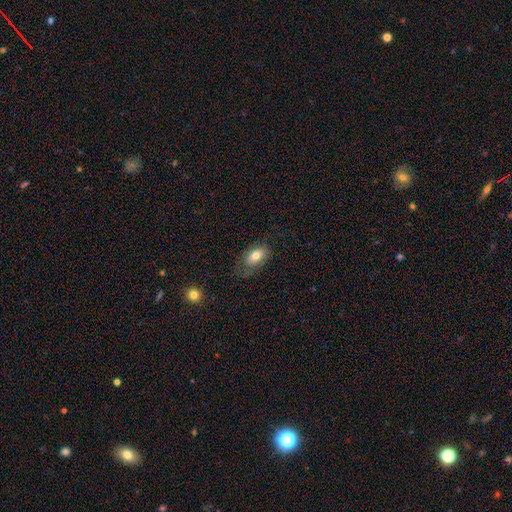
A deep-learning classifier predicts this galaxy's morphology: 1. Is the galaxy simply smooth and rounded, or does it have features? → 72% smooth, 21% featured or disk, 7% star or artifact.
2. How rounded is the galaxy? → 91% in between, 6% round, 3% cigar-shaped.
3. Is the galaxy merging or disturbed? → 63% none, 22% minor disturbance, 13% major disturbance, 1% merger.